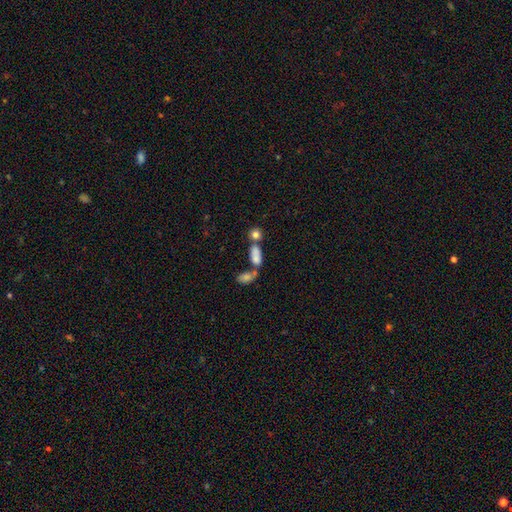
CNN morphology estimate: smooth-or-featured: smooth: 78% | featured or disk: 12% | star or artifact: 10%
  how-rounded: in between: 81% | round: 10% | cigar-shaped: 10%
  merging: merger: 47% | none: 35% | minor disturbance: 11% | major disturbance: 6%